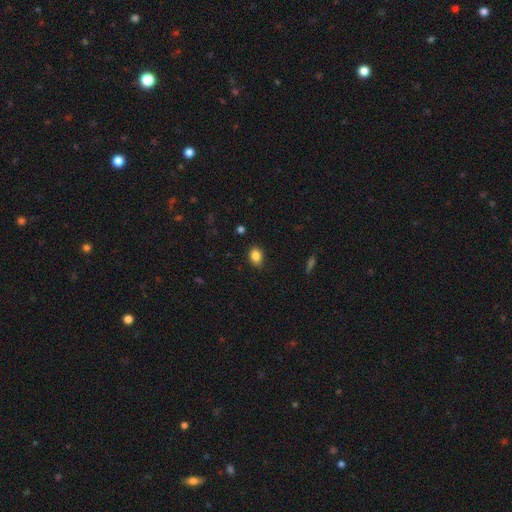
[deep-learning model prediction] This is clearly a smooth galaxy (85%). How rounded: likely in between (73%). Merging: clearly none (86%).